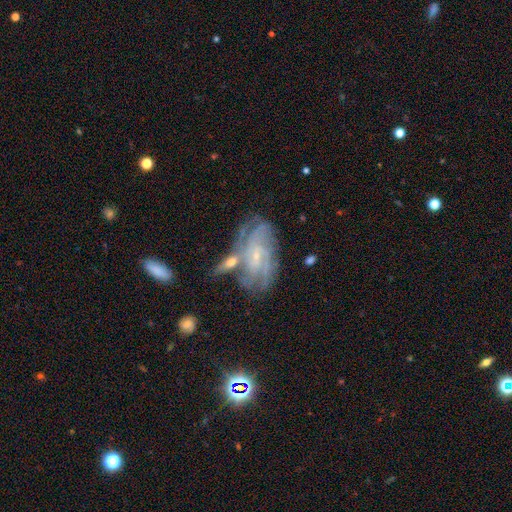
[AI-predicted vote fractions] The model was most divided on "bar": no: 54%, weak: 37%, strong: 9%. Remaining: edge-on disk — no (95%); spiral arms — yes (93%); smooth or featured — featured or disk (80%); bulge size — small (77%); merging — none (58%); spiral winding — tight (58%); spiral arm count — can't tell (38%).